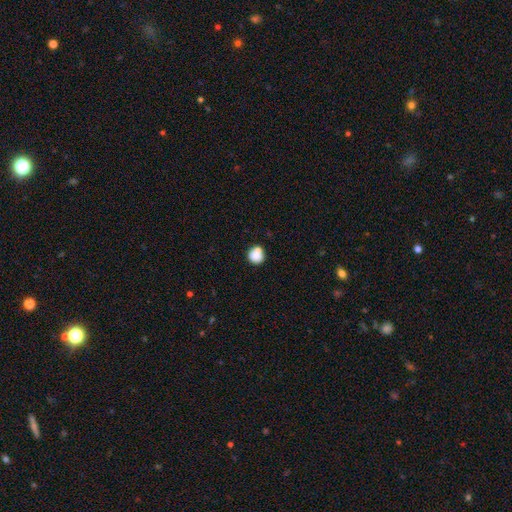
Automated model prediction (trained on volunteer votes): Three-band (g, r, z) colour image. It shows a smooth galaxy with no disk features (83%) that is round (89%). Merging: none (62%).